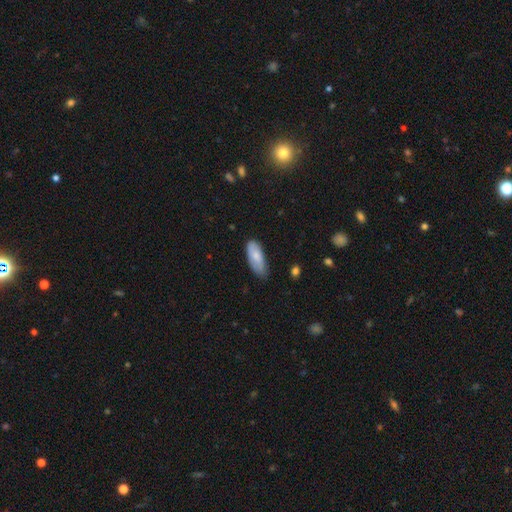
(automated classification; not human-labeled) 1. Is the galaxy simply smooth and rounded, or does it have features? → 79% smooth, 15% featured or disk, 6% star or artifact.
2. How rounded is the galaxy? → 81% in between, 17% cigar-shaped, 2% round.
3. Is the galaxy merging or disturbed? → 68% none, 26% minor disturbance, 4% major disturbance, 1% merger.